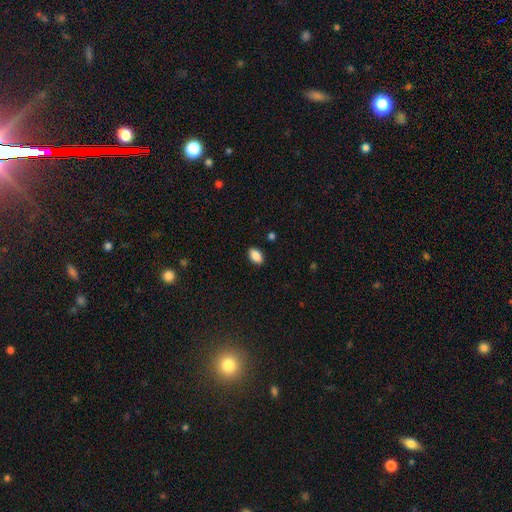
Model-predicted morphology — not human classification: Smooth or featured?
  - smooth: 88% *
  - star or artifact: 8%
  - featured or disk: 4%
How rounded?
  - in between: 91% *
  - round: 7%
  - cigar-shaped: 2%
Merging?
  - none: 89% *
  - minor disturbance: 8%
  - major disturbance: 2%
  - merger: 1%